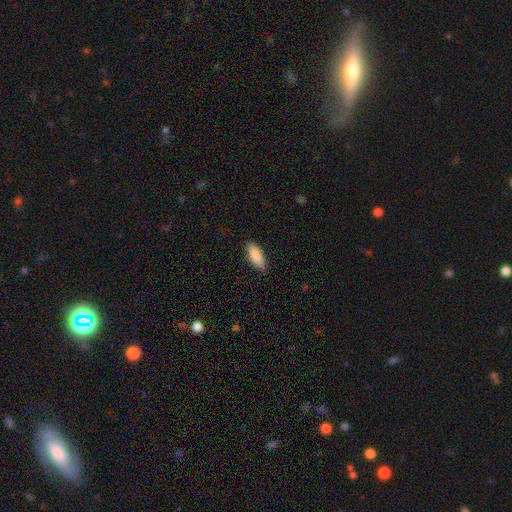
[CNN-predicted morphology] A smooth galaxy with no disk features (88%) that is in between round and cigar-shaped (71%).

Vote fractions:
- Smooth or featured? smooth: 88% / featured or disk: 6% / star or artifact: 6%
- How rounded? in between: 71% / cigar-shaped: 27% / round: 2%
- Merging? none: 85% / minor disturbance: 12% / major disturbance: 2% / merger: 1%